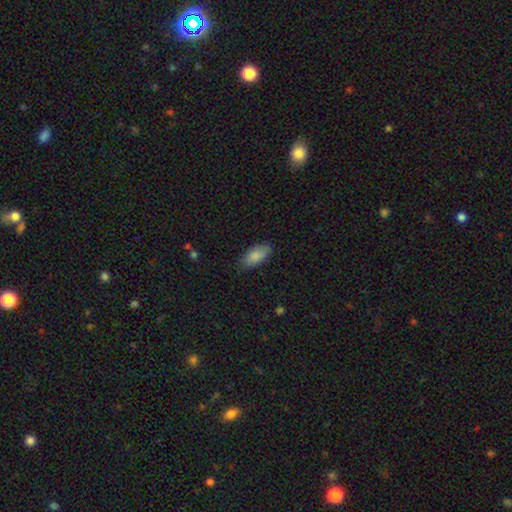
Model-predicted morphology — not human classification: Smooth or featured: smooth — 87% (star or artifact — 7%)
How rounded: in between — 88% (cigar-shaped — 10%)
Merging: none — 82% (minor disturbance — 14%)